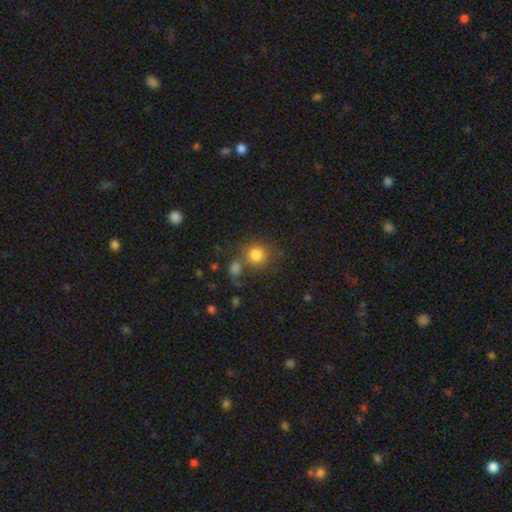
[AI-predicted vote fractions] Q: Smooth or featured?
A: smooth (82%); runner-up: star or artifact (11%)
Q: How rounded?
A: round (88%); runner-up: in between (11%)
Q: Merging?
A: none (59%); runner-up: merger (23%)